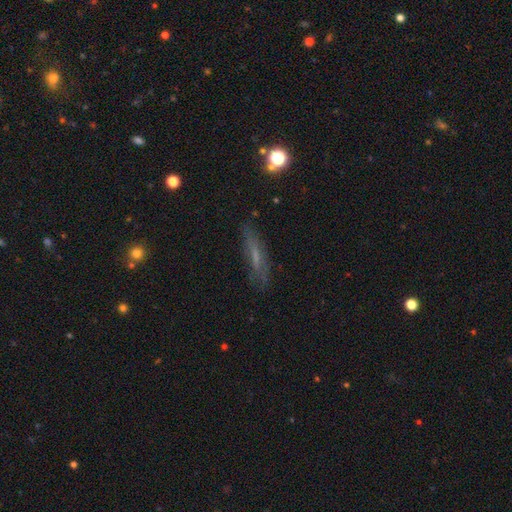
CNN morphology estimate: Smooth or featured? featured or disk (44%)
Merging? none (74%)